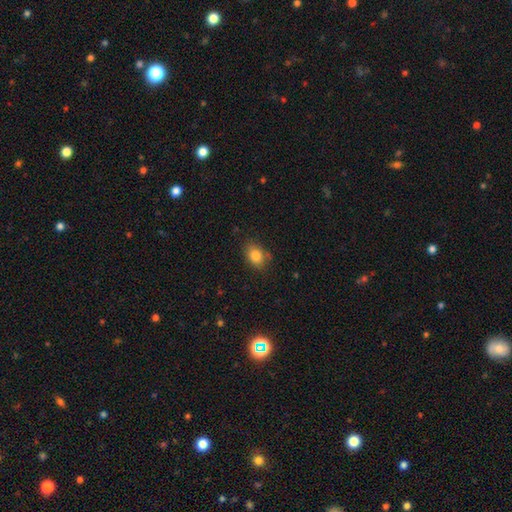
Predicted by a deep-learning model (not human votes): Smooth or featured? smooth (83%)
How rounded? in between (74%)
Merging? none (76%)